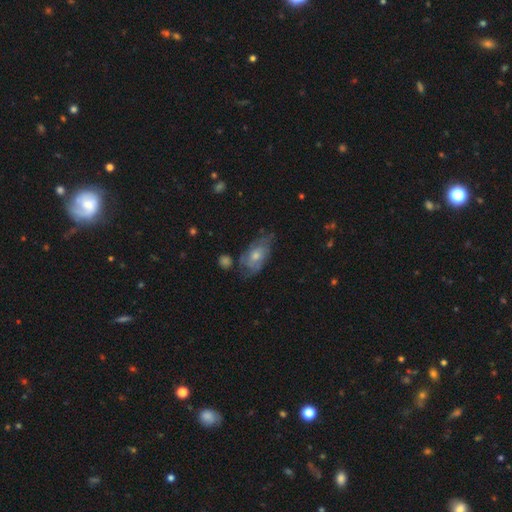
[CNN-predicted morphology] Overall: featured or disk (51%; smooth 42%). Edge-on disk: no (91%). Merging: none (50%; minor disturbance 30%).